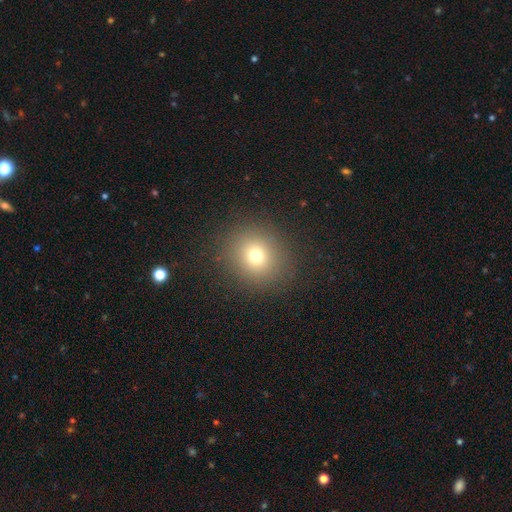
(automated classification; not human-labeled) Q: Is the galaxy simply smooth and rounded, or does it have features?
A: smooth — 74%.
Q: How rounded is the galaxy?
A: round — 83%.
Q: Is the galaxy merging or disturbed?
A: none — 89%.